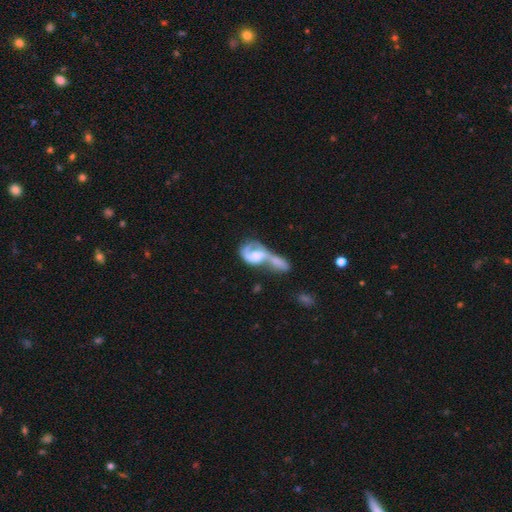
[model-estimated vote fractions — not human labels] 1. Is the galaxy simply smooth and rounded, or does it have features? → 67% featured or disk, 27% smooth, 6% star or artifact.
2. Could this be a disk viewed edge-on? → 96% no, 4% yes.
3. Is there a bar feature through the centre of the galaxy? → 60% no, 30% weak, 9% strong.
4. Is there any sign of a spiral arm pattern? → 79% yes, 21% no.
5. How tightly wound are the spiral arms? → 48% loose, 35% medium, 18% tight.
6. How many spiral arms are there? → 56% 2, 30% 1, 9% can't tell, 2% 3, 1% 4, 1% more than 4.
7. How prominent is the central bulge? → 38% moderate, 27% large, 17% none, 15% small, 4% dominant.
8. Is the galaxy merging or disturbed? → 71% merger, 15% major disturbance, 9% none, 5% minor disturbance.